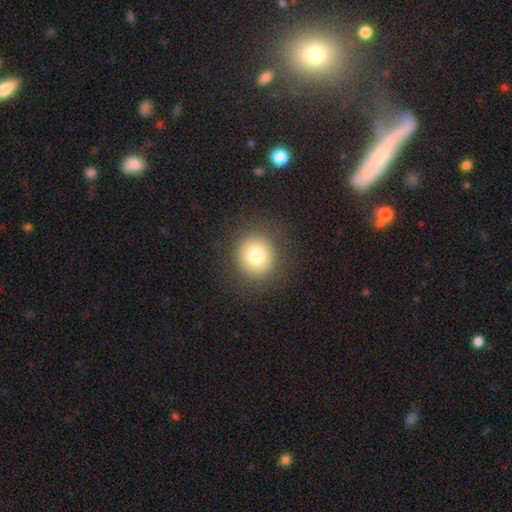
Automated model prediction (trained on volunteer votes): This appears to be a smooth galaxy with no disk features (77%) that is round (90%). Merging: none (88%).